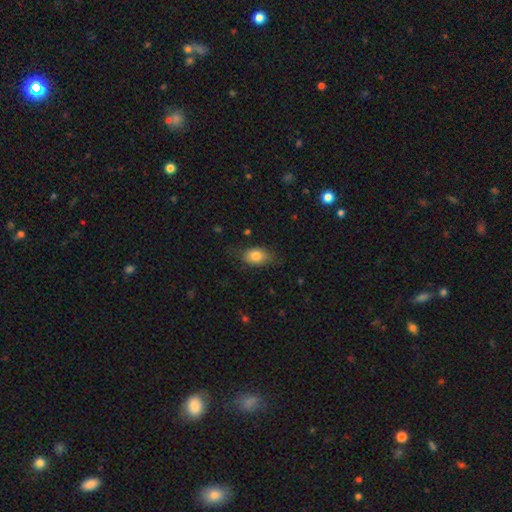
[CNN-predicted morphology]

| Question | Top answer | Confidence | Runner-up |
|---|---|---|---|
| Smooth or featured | smooth | 82% | featured or disk (10%) |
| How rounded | in between | 84% | round (13%) |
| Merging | none | 71% | minor disturbance (22%) |